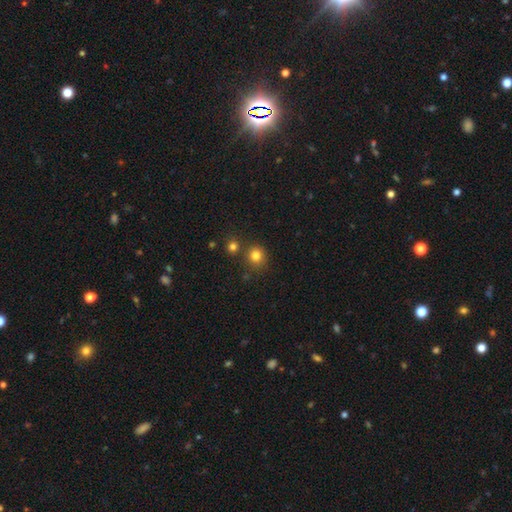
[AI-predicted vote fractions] Overall: smooth (80%). How rounded: round (89%). Merging: none (76%).